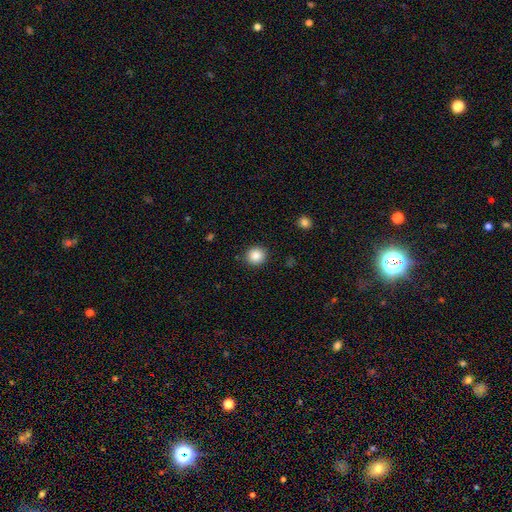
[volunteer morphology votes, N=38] Overall: smooth (92%). How rounded: round (91%). Merging: none (86%).